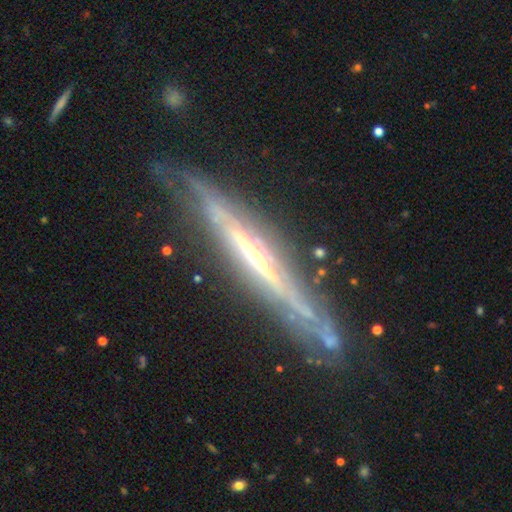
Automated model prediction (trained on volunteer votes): smooth_or_featured: featured or disk (p=0.86) [alt: smooth p=0.08]
disk_edge_on: yes (p=0.89) [alt: no p=0.11]
edge_on_bulge: rounded (p=0.49) [alt: none p=0.42]
merging: none (p=0.73) [alt: minor disturbance p=0.18]